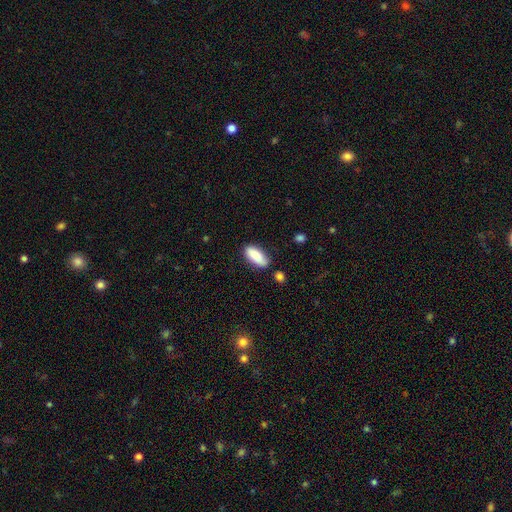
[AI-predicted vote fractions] Smooth or featured? smooth (87%)
How rounded? in between (81%)
Merging? none (73%)